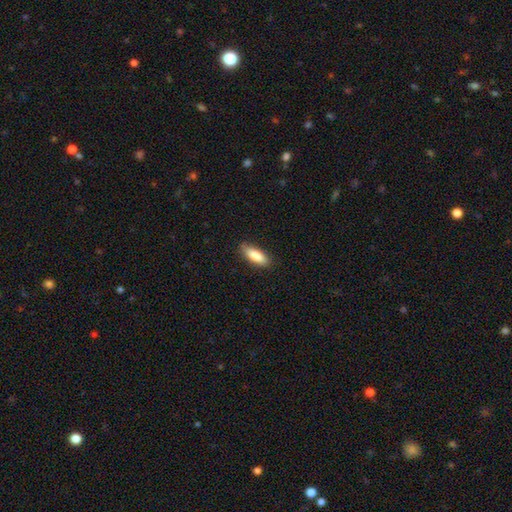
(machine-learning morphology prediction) smooth_or_featured: smooth (p=0.85) [alt: featured or disk p=0.09]
how_rounded: in between (p=0.66) [alt: cigar-shaped p=0.33]
merging: none (p=0.83) [alt: minor disturbance p=0.14]